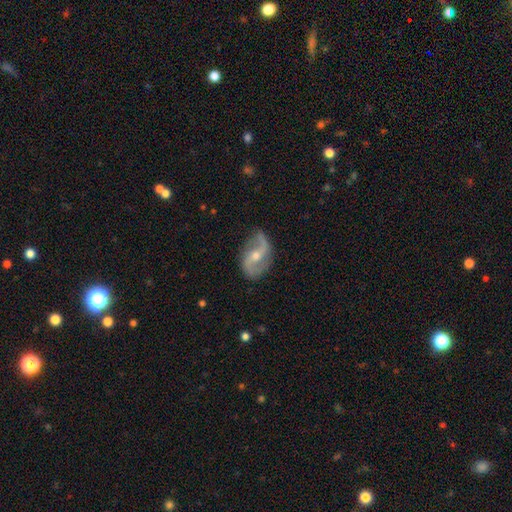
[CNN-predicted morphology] smooth-or-featured: featured or disk: 88% | smooth: 7% | star or artifact: 5%
  disk-edge-on: no: 97% | yes: 3%
    bar: weak: 43% | no: 35% | strong: 22%
    has-spiral-arms: yes: 96% | no: 4%
      spiral-winding: loose: 61% | medium: 30% | tight: 9%
      spiral-arm-count: 2: 93% | can't tell: 2% | 1: 2% | 3: 1% | 4: 1% | more than 4: 1%
    bulge-size: moderate: 55% | small: 40% | large: 2% | none: 2% | dominant: 1%
  merging: none: 79% | minor disturbance: 15% | major disturbance: 5% | merger: 1%